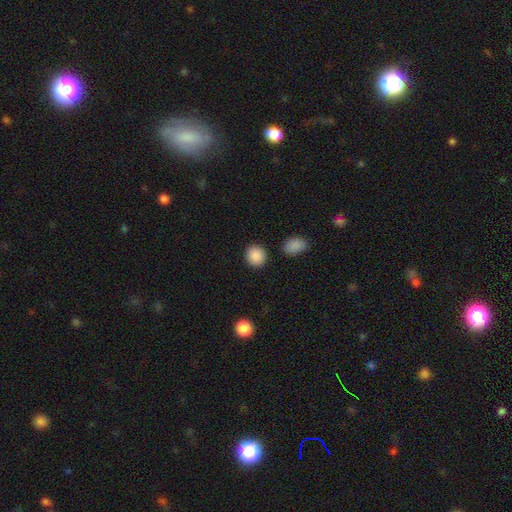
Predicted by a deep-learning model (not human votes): Smooth or featured?
  - smooth: 89% *
  - star or artifact: 8%
  - featured or disk: 3%
How rounded?
  - round: 85% *
  - in between: 14%
  - cigar-shaped: 1%
Merging?
  - none: 88% *
  - minor disturbance: 7%
  - merger: 3%
  - major disturbance: 2%